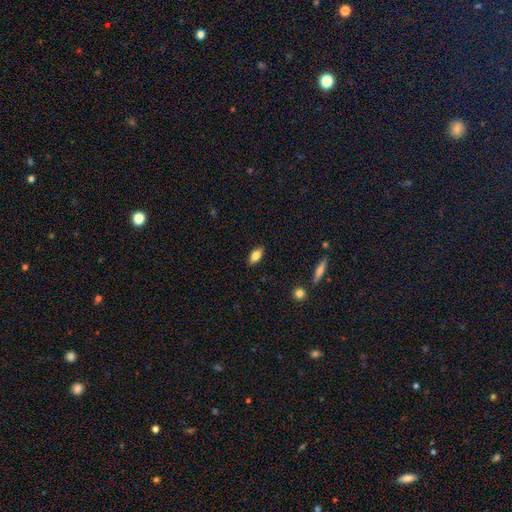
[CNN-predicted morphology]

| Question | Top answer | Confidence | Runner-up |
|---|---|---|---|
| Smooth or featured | smooth | 78% | featured or disk (14%) |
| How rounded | in between | 86% | cigar-shaped (10%) |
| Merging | none | 87% | minor disturbance (9%) |